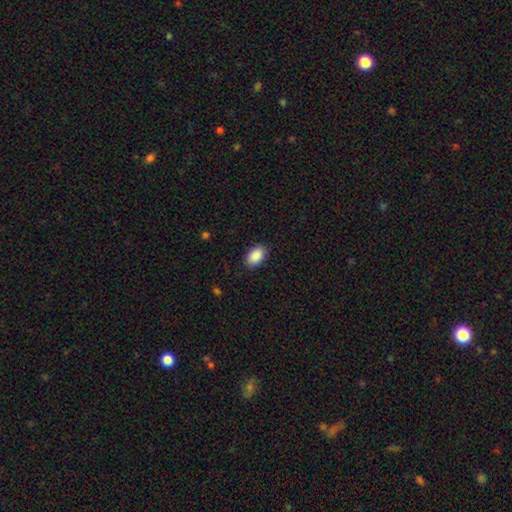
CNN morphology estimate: smooth-or-featured: smooth: 90% | star or artifact: 7% | featured or disk: 3%
  how-rounded: in between: 92% | round: 7% | cigar-shaped: 1%
  merging: none: 88% | minor disturbance: 9% | major disturbance: 2% | merger: 1%